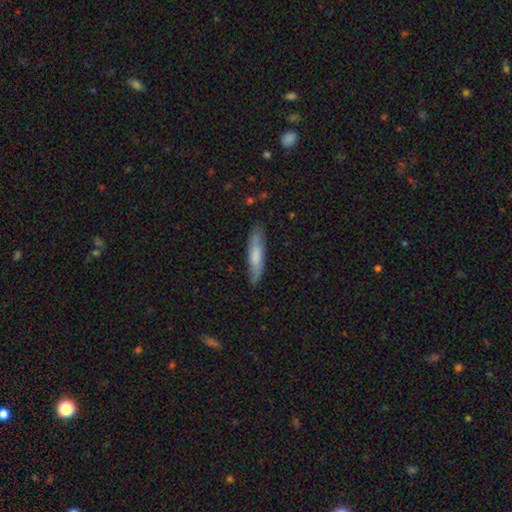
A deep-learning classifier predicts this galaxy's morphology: This is likely a smooth galaxy (67%). How rounded: clearly cigar-shaped (83%). Merging: clearly none (83%).